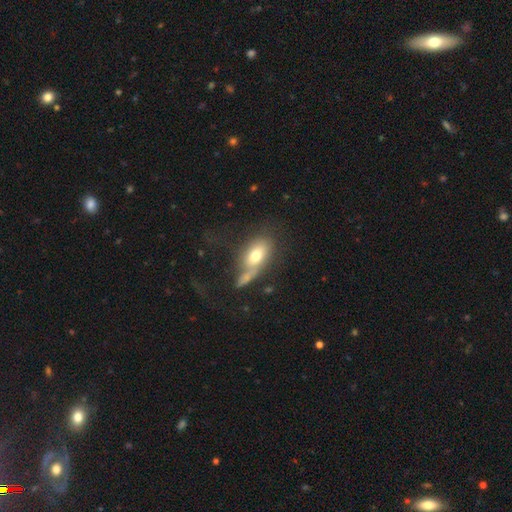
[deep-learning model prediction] Smooth or featured? Predicted: smooth (p=0.68). How rounded? Predicted: in between (p=0.85). Merging? Predicted: none (p=0.35).